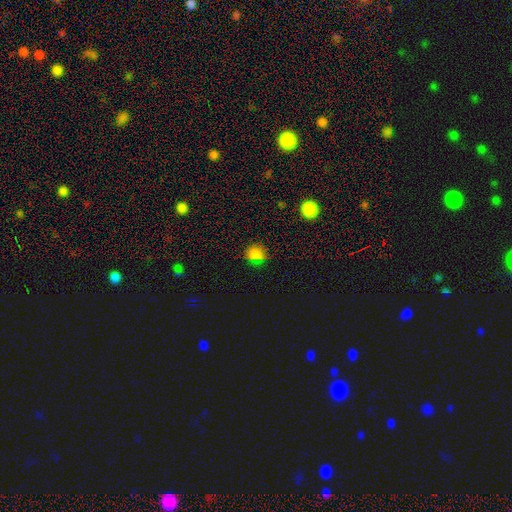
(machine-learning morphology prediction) smooth_or_featured: smooth (p=0.75) [alt: star or artifact p=0.20]
how_rounded: round (p=0.76) [alt: in between p=0.22]
merging: none (p=0.78) [alt: minor disturbance p=0.16]